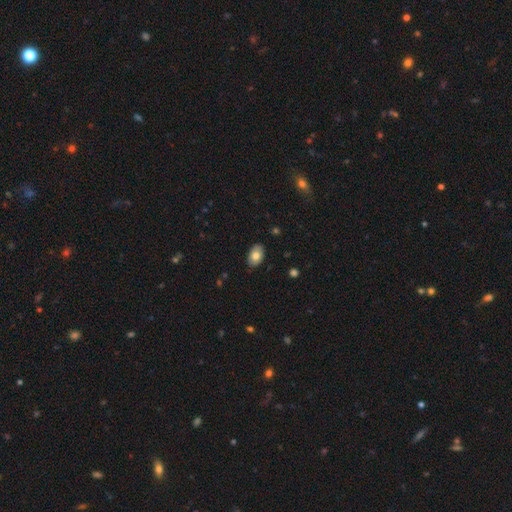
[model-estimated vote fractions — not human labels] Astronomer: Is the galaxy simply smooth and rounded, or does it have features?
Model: smooth — 77%.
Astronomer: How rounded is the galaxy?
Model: in between — 91%.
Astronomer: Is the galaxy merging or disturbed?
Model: none — 86%.